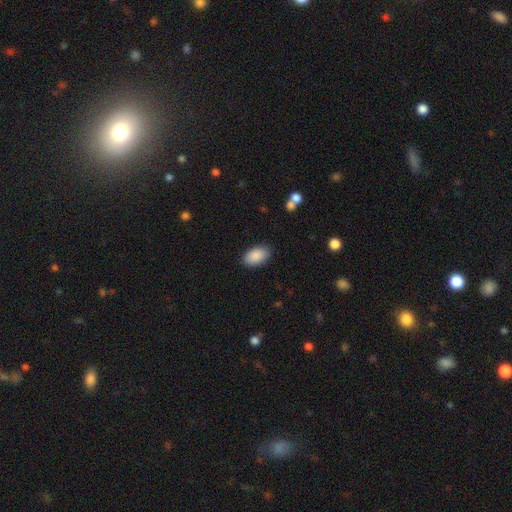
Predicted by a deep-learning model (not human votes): Morphology: type=smooth (89%); roundness=in between (94%); merging=none (87%).